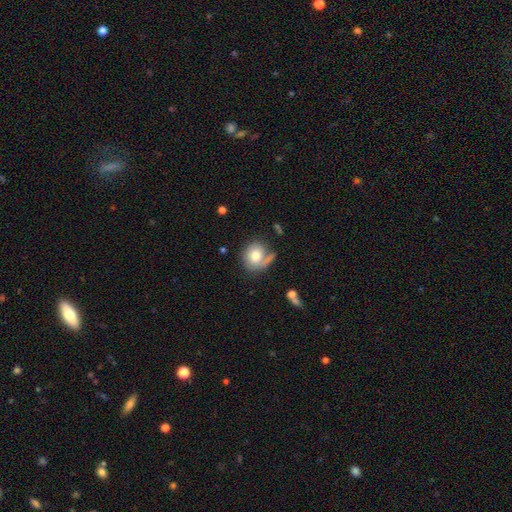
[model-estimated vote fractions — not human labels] A smooth galaxy with no disk features (67%) that is round (75%). Merging: none (55%).